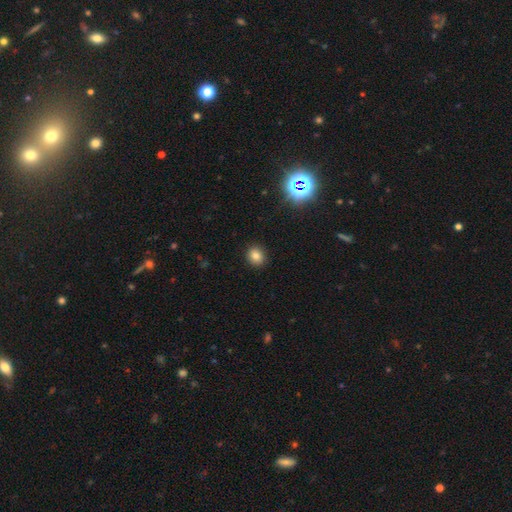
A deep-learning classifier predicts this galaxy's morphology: smooth 80%, star or artifact 13%, featured or disk 7%. Down the decision tree: how rounded — round (69%); merging — none (91%).